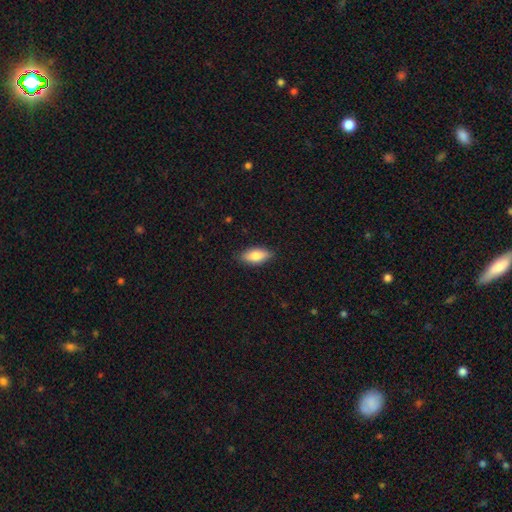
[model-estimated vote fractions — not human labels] This is clearly a smooth galaxy (81%). How rounded: clearly in between (83%). Merging: clearly none (86%).